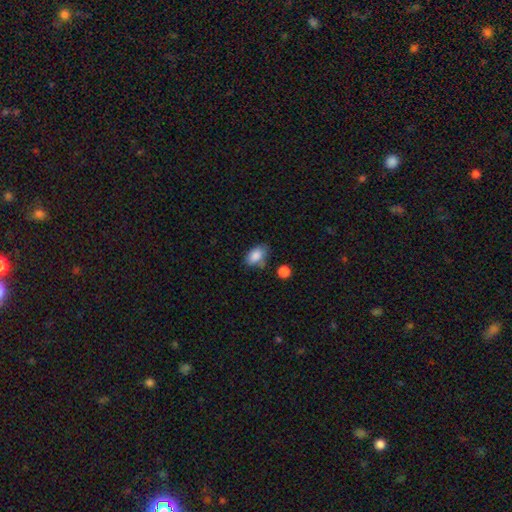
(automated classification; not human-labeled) A smooth galaxy with no disk features (85%) that is in between round and cigar-shaped (89%). Merging: none (61%).